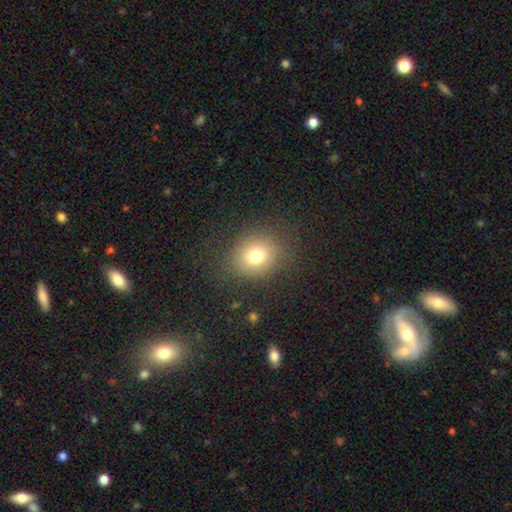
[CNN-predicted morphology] smooth 75%, star or artifact 14%, featured or disk 11%. Down the decision tree: how rounded — round (69%); merging — none (84%).